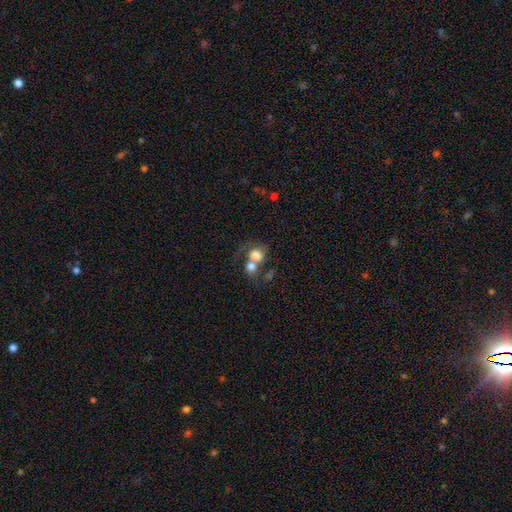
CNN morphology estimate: A smooth galaxy with no disk features (65%) that is round (66%).

Vote fractions:
- Smooth or featured? smooth: 65% / featured or disk: 26% / star or artifact: 9%
- How rounded? round: 66% / in between: 32% / cigar-shaped: 1%
- Merging? merger: 64% / none: 17% / major disturbance: 11% / minor disturbance: 7%